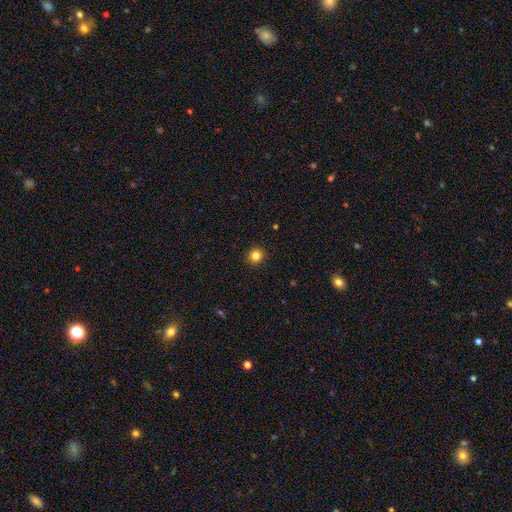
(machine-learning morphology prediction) smooth_or_featured: smooth (p=0.84) [alt: star or artifact p=0.12]
how_rounded: round (p=0.93) [alt: in between p=0.06]
merging: none (p=0.92) [alt: minor disturbance p=0.05]